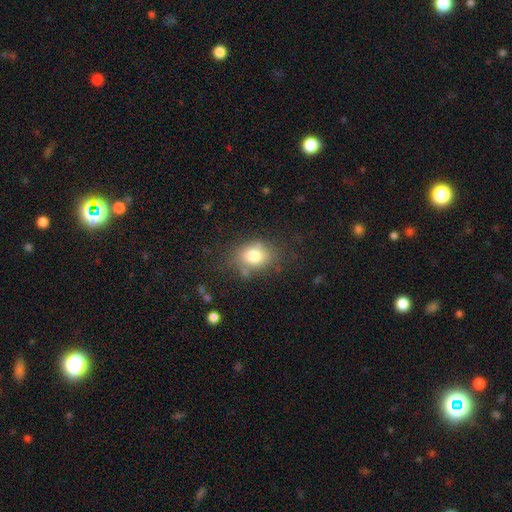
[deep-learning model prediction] Smooth or featured? smooth (76%)
How rounded? in between (59%)
Merging? none (74%)